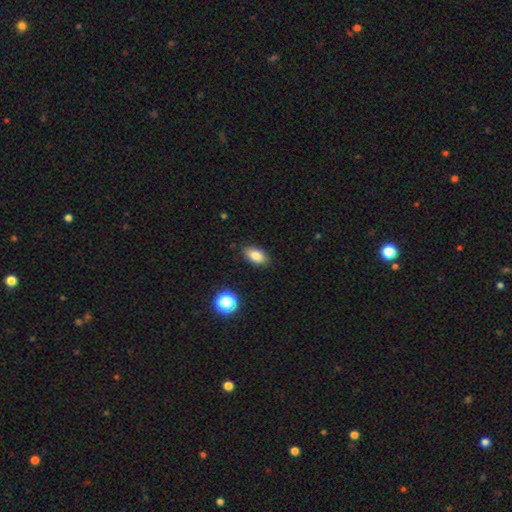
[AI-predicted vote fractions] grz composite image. It shows a smooth galaxy with no disk features (81%) that is in between round and cigar-shaped (90%). Merging: none (87%).